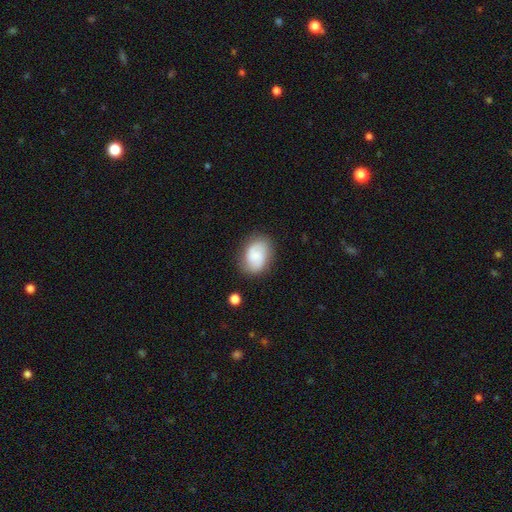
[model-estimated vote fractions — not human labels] Overall: smooth (53%; featured or disk 38%). How rounded: in between (74%). Merging: none (76%).